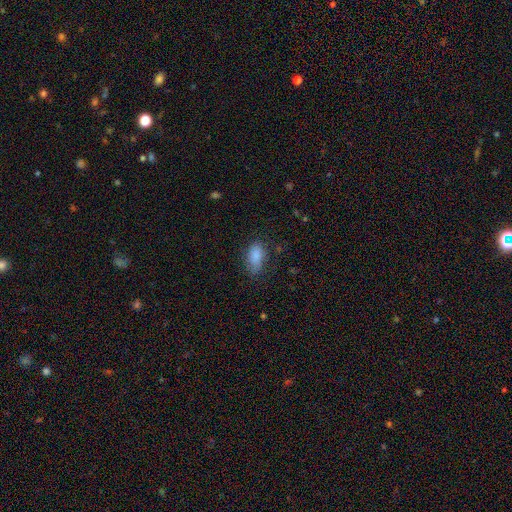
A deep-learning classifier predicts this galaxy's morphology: This is clearly a smooth galaxy (86%). How rounded: clearly in between (90%). Merging: likely none (68%).